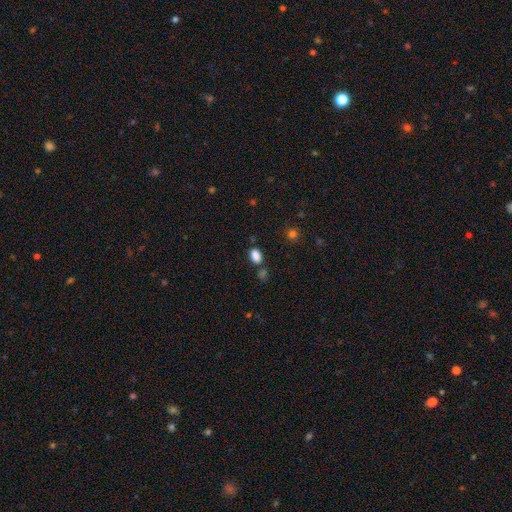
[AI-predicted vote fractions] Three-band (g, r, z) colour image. It shows a smooth galaxy with no disk features (85%) that is in between round and cigar-shaped (88%). Merging: none (73%).